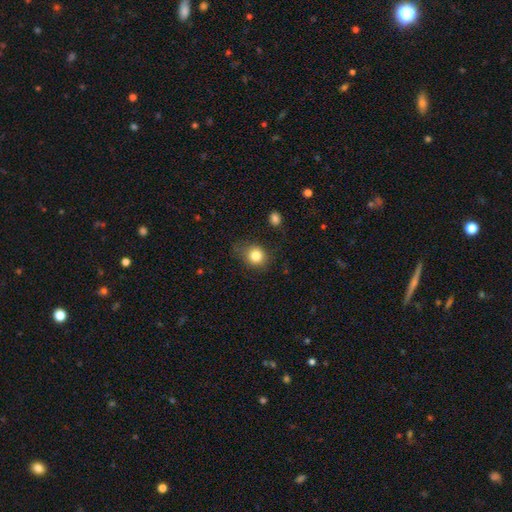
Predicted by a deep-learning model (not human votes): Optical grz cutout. It shows a smooth galaxy with no disk features (82%) that is round (75%). Merging: none (69%).